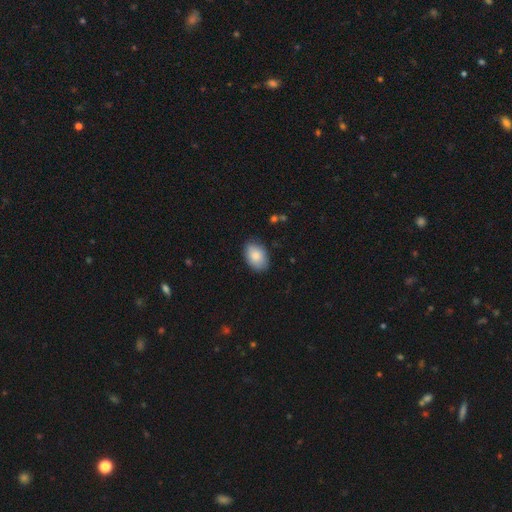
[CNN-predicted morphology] Smooth or featured? Predicted: smooth (p=0.86). How rounded? Predicted: in between (p=0.89). Merging? Predicted: none (p=0.84).